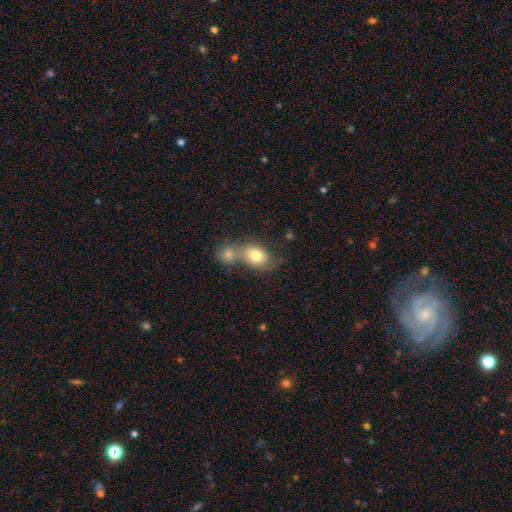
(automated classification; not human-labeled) smooth 78%, featured or disk 14%, star or artifact 8%. Down the decision tree: how rounded — in between (62%); merging — merger (57%).